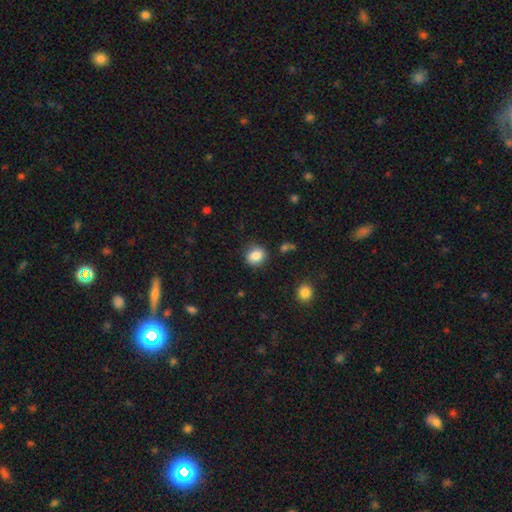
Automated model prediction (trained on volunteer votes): Smooth or featured? smooth (85%)
How rounded? round (73%)
Merging? none (85%)